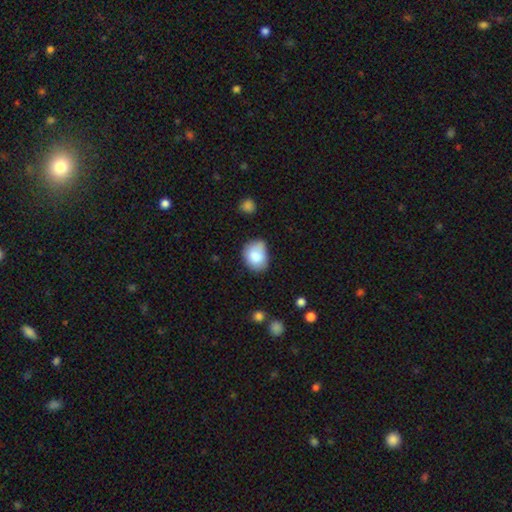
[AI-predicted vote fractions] Smooth or featured? Predicted: smooth (p=0.84). How rounded? Predicted: in between (p=0.53). Merging? Predicted: none (p=0.48).